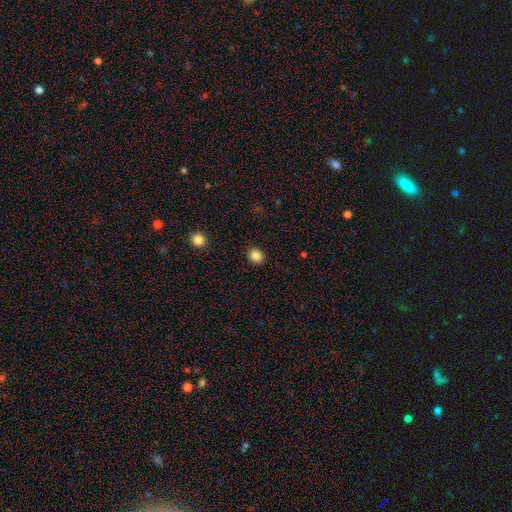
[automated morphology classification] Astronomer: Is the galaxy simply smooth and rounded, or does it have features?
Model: smooth — 85%.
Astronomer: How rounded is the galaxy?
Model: round — 73%.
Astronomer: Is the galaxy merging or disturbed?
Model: none — 91%.